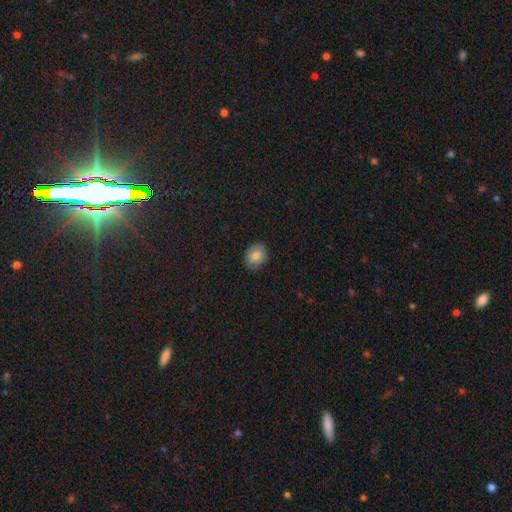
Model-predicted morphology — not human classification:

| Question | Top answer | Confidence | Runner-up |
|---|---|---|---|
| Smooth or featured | smooth | 80% | featured or disk (12%) |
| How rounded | in between | 57% | round (42%) |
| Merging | none | 86% | minor disturbance (11%) |